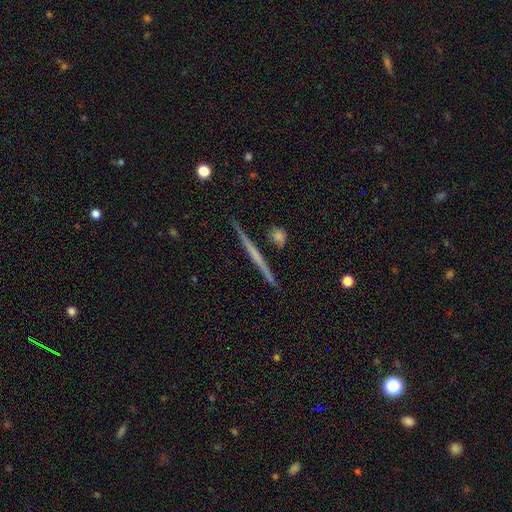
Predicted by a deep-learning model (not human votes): Smooth or featured: featured or disk — 60% (smooth — 34%)
Edge-on disk: yes — 98% (no — 2%)
Edge-on bulge: none — 86% (rounded — 9%)
Merging: none — 91% (minor disturbance — 6%)